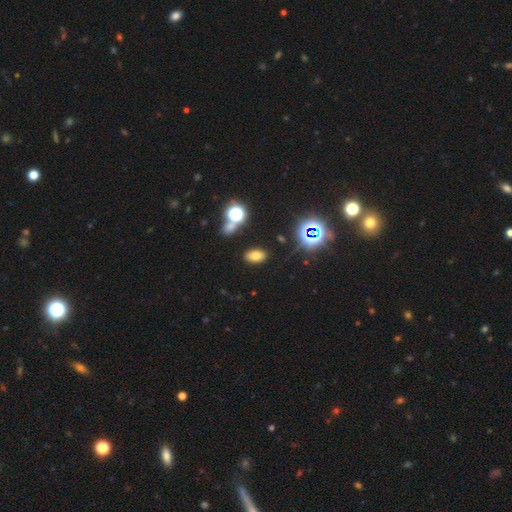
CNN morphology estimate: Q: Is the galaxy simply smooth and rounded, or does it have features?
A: smooth — 68%.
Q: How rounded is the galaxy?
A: in between — 89%.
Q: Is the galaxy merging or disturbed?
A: none — 84%.